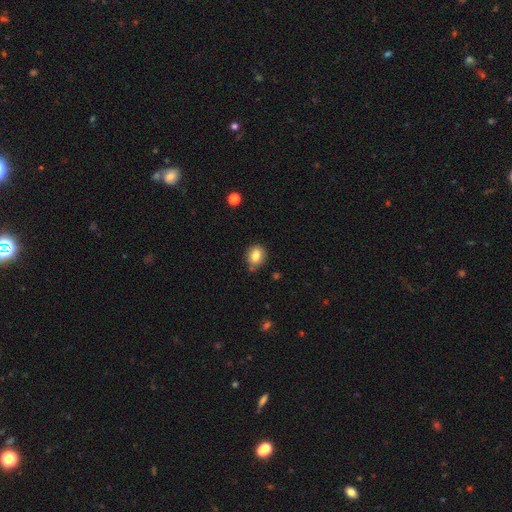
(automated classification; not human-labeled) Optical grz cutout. It shows a smooth galaxy with no disk features (81%) that is round (62%). Merging: none (76%).